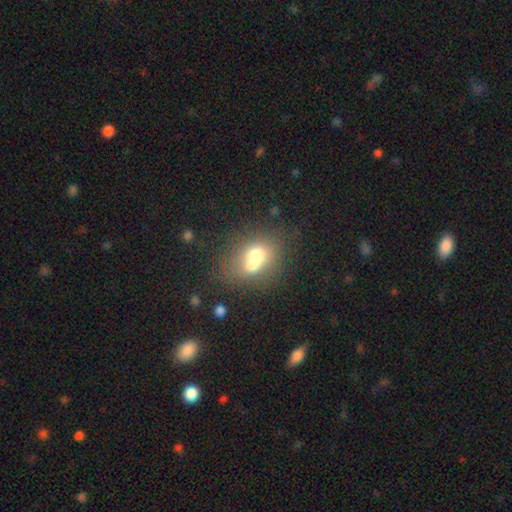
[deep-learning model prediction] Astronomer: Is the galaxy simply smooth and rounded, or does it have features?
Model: smooth — 62%.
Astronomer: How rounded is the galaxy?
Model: round — 54% (runner-up: in between, 44%).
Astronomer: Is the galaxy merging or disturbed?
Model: merger — 57%.